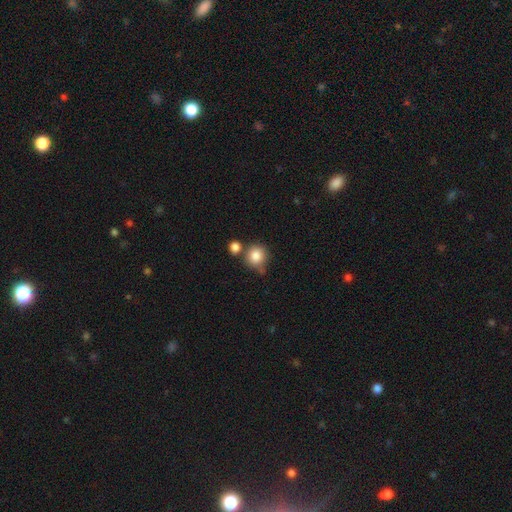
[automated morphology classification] Overall: smooth (84%). How rounded: round (87%). Merging: none (59%; merger 22%).